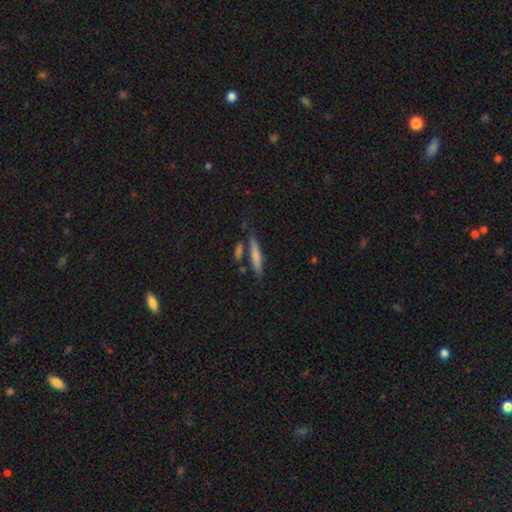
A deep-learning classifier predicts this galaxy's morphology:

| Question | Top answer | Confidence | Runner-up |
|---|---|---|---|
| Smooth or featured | smooth | 67% | featured or disk (27%) |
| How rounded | cigar-shaped | 89% | in between (9%) |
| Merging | none | 74% | minor disturbance (12%) |